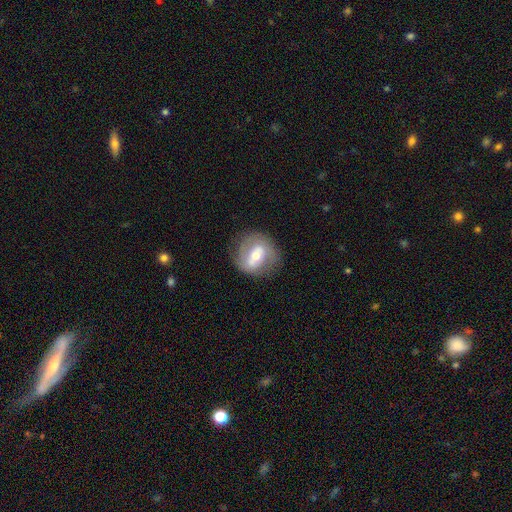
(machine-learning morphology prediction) This is likely a featured or disk galaxy (61%). It is clearly not viewed edge-on (93%). Bar: marginally strong (41%). Spiral arm pattern: possibly yes (59%). Central bulge: likely moderate (65%). Merging: likely none (76%).